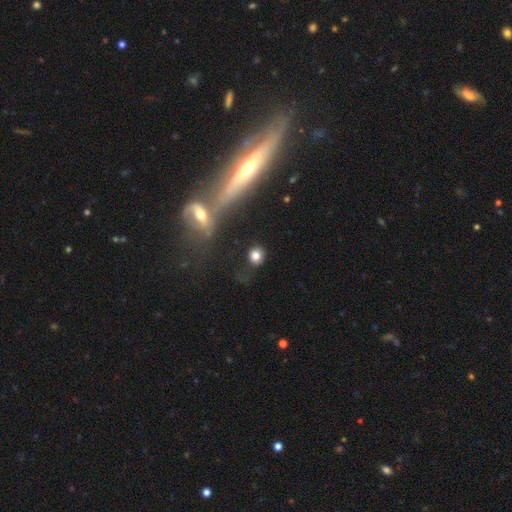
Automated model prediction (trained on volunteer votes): Smooth or featured? Predicted: smooth (p=0.79). How rounded? Predicted: round (p=0.79). Merging? Predicted: none (p=0.70).